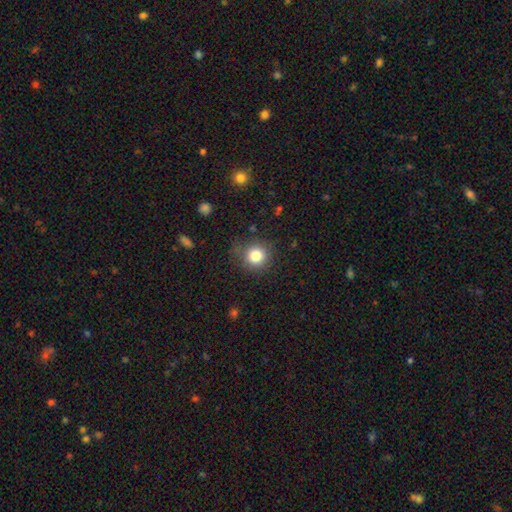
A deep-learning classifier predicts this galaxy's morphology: A smooth galaxy with no disk features (83%) that is round (90%).

Vote fractions:
- Smooth or featured? smooth: 83% / star or artifact: 11% / featured or disk: 6%
- How rounded? round: 90% / in between: 9% / cigar-shaped: 1%
- Merging? none: 80% / minor disturbance: 14% / major disturbance: 5% / merger: 2%